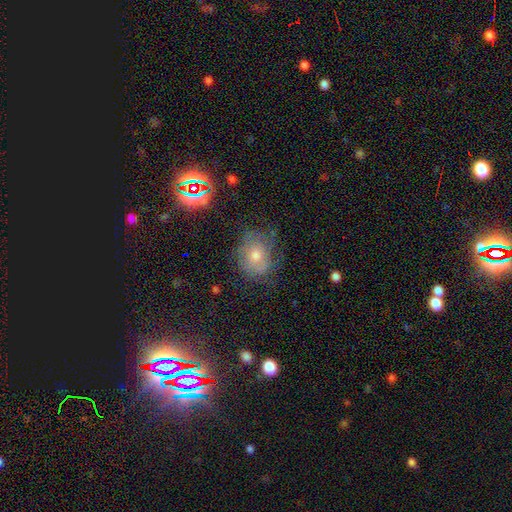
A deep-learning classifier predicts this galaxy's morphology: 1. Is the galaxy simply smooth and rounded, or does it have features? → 44% featured or disk, 32% smooth, 24% star or artifact.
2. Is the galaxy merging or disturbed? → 65% none, 22% minor disturbance, 12% major disturbance, 2% merger.